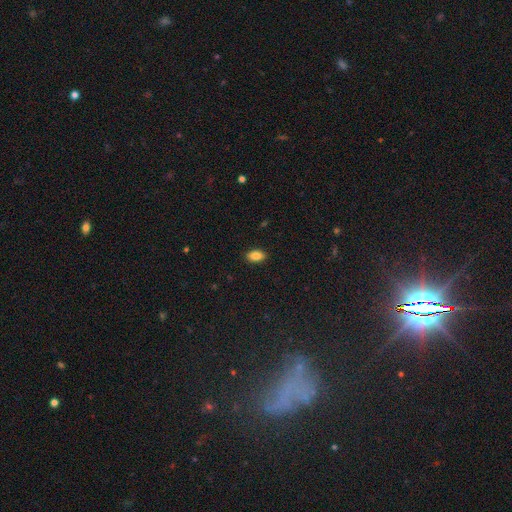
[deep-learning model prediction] smooth_or_featured: smooth (p=0.86) [alt: star or artifact p=0.08]
how_rounded: in between (p=0.91) [alt: round p=0.05]
merging: none (p=0.89) [alt: minor disturbance p=0.08]